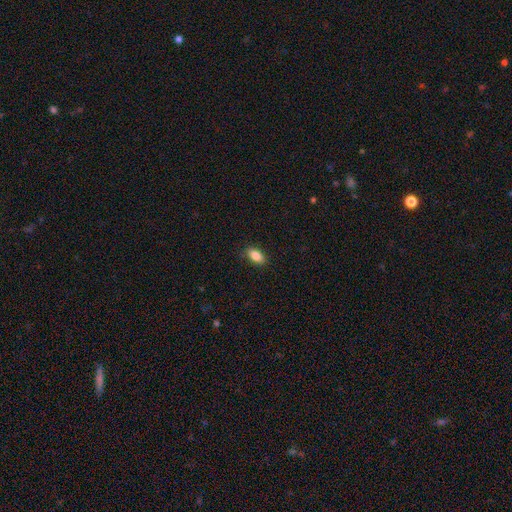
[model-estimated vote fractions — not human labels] Q: Smooth or featured?
A: smooth (86%); runner-up: star or artifact (8%)
Q: How rounded?
A: in between (89%); runner-up: round (6%)
Q: Merging?
A: none (86%); runner-up: minor disturbance (11%)